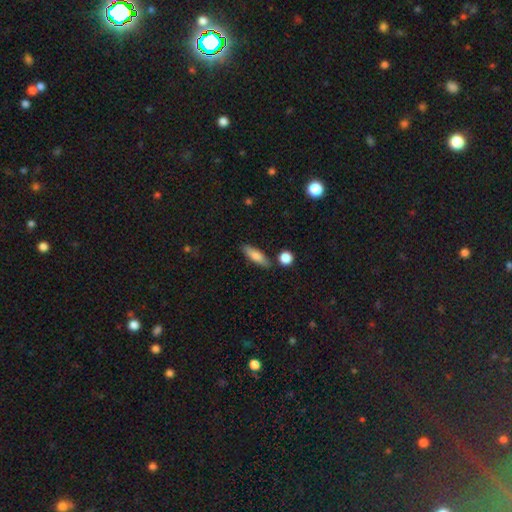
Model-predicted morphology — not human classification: smooth 78%, featured or disk 15%, star or artifact 7%. Down the decision tree: how rounded — cigar-shaped (50%); merging — none (81%).